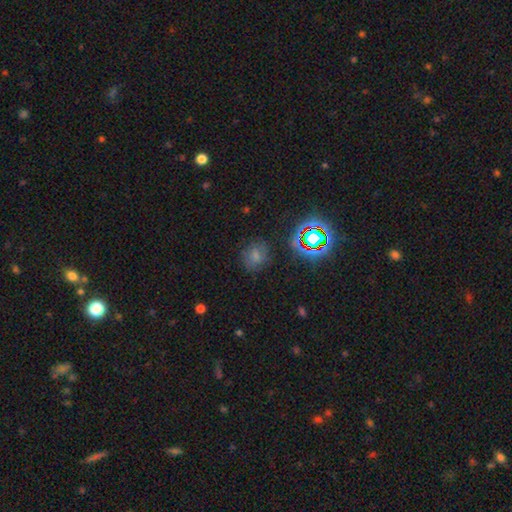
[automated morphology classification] Smooth or featured: smooth — 61% (star or artifact — 27%)
How rounded: round — 60% (in between — 38%)
Merging: none — 75% (minor disturbance — 16%)